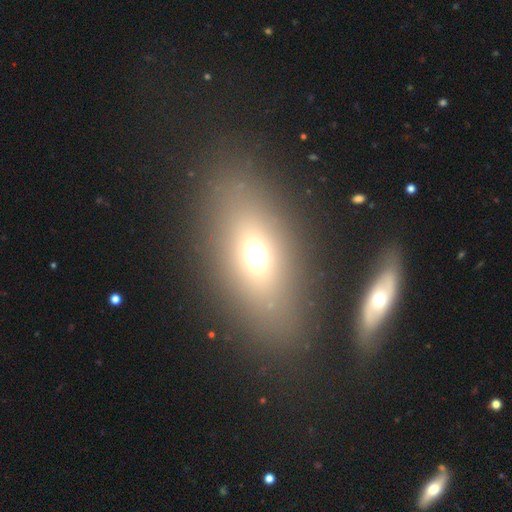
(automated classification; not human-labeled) Smooth or featured? Predicted: smooth (p=0.63). How rounded? Predicted: in between (p=0.77). Merging? Predicted: none (p=0.73).